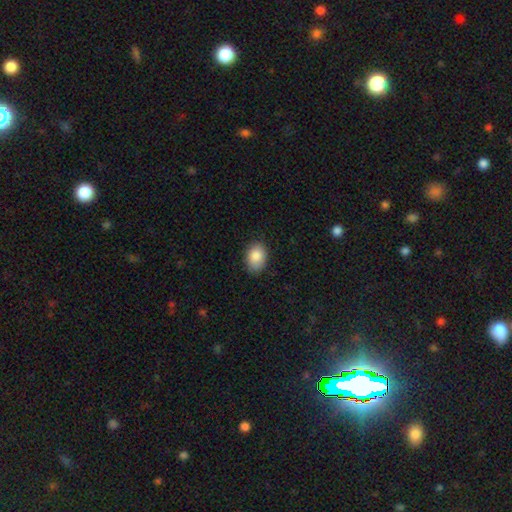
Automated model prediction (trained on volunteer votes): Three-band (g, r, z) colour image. It shows a smooth galaxy with no disk features (86%) that is in between round and cigar-shaped (76%). Merging: none (83%).